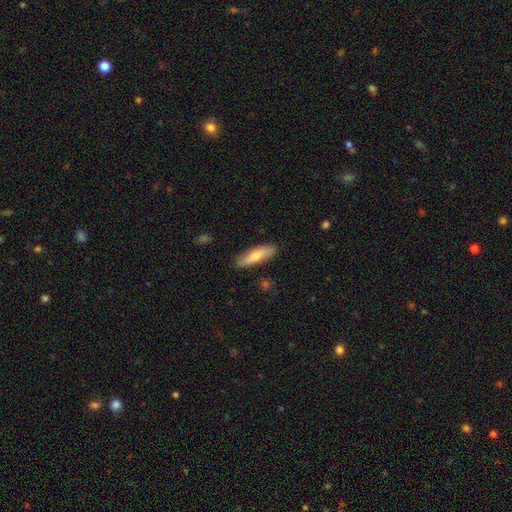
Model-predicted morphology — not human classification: Smooth or featured: smooth — 66% (featured or disk — 28%)
How rounded: cigar-shaped — 66% (in between — 32%)
Merging: none — 87% (minor disturbance — 10%)